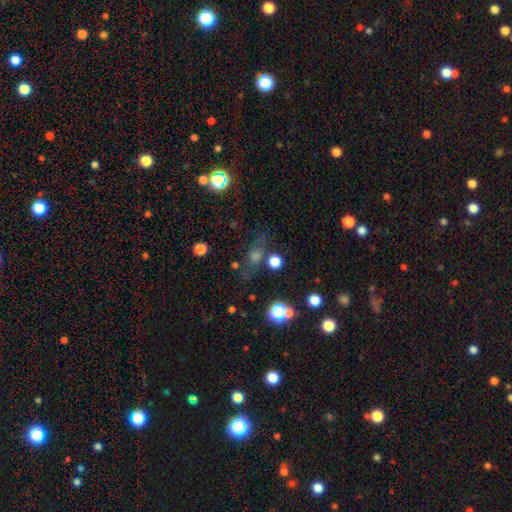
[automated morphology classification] This appears to be a smooth galaxy with no disk features (47%). Merging: none (68%).